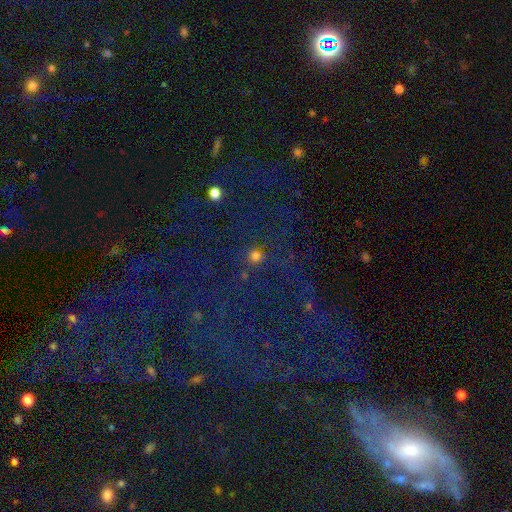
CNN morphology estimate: The model was most divided on "smooth or featured": smooth: 70%, star or artifact: 24%, featured or disk: 6%. More confident: how rounded — round (92%); merging — none (78%).